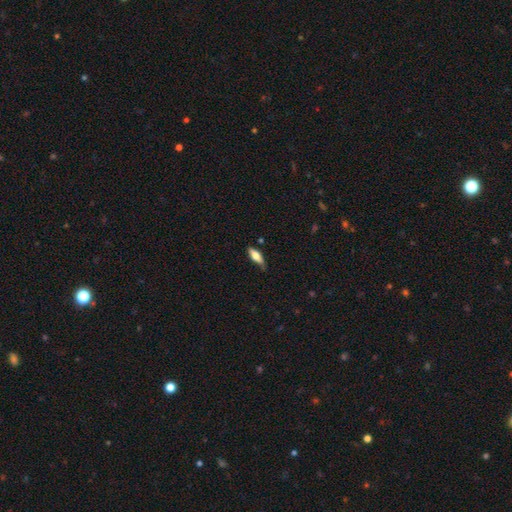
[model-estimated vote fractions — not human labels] This appears to be a smooth galaxy with no disk features (65%) that is in between round and cigar-shaped (64%). Merging: none (73%).